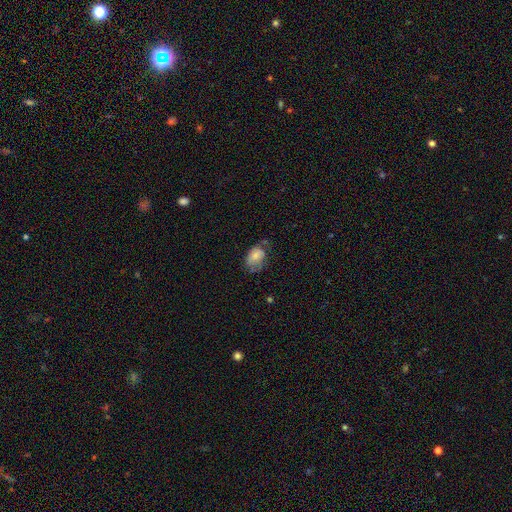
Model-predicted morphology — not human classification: This is likely a smooth galaxy (67%). How rounded: clearly in between (85%). Merging: marginally none (37%).